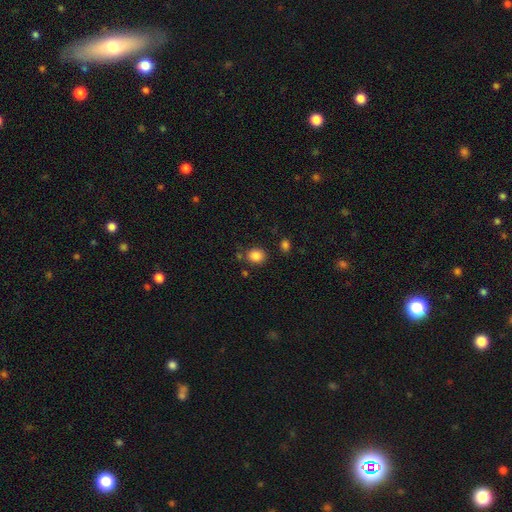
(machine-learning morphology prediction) smooth-or-featured: smooth: 86% | star or artifact: 10% | featured or disk: 4%
  how-rounded: round: 68% | in between: 31% | cigar-shaped: 1%
  merging: none: 79% | minor disturbance: 12% | merger: 5% | major disturbance: 4%